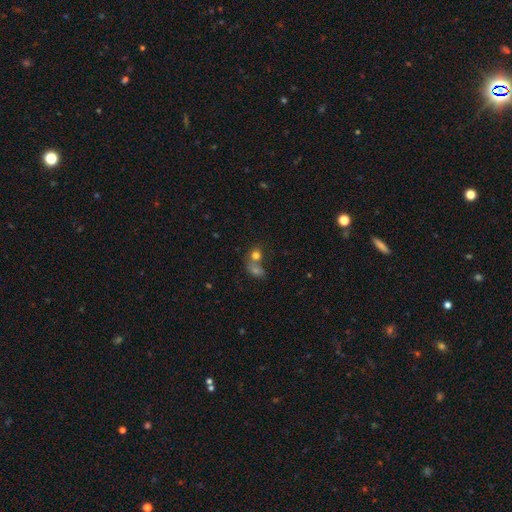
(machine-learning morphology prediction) This appears to be a smooth galaxy with no disk features (75%) that is round (60%). Merging: merger (54%).